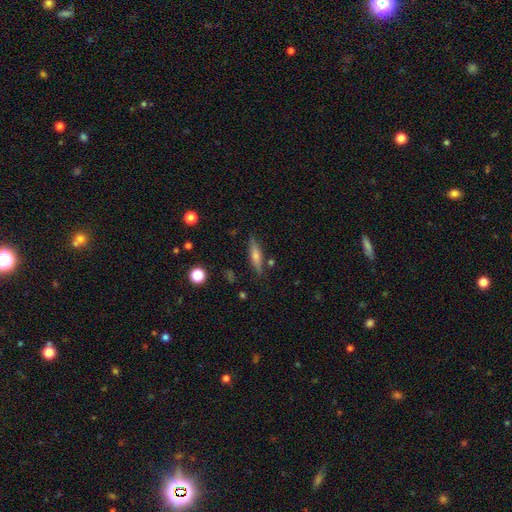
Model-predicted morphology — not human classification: smooth-or-featured: smooth: 49% | featured or disk: 43% | star or artifact: 8%
  merging: none: 83% | minor disturbance: 11% | merger: 3% | major disturbance: 3%